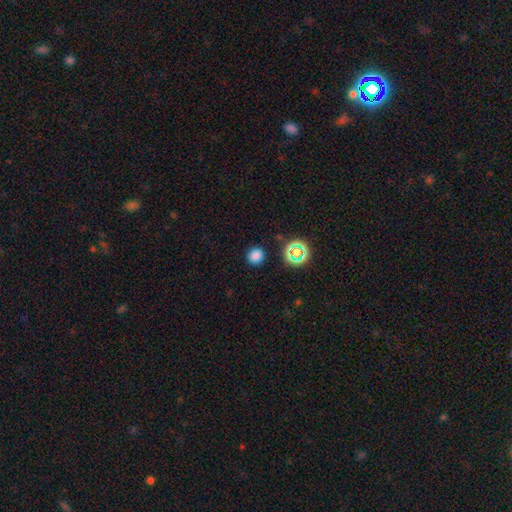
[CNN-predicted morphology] Q: Smooth or featured?
A: smooth (78%); runner-up: star or artifact (17%)
Q: How rounded?
A: round (88%); runner-up: in between (11%)
Q: Merging?
A: none (89%); runner-up: minor disturbance (7%)